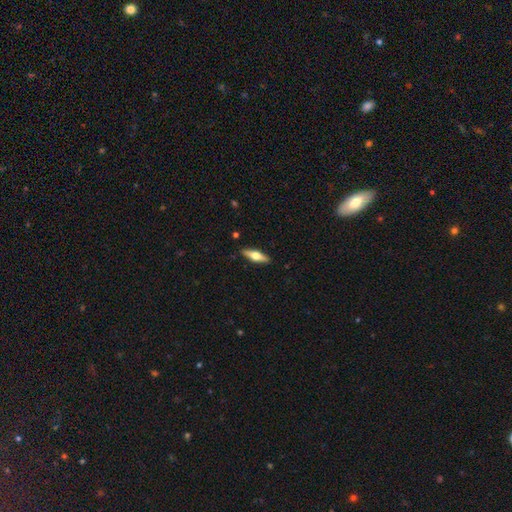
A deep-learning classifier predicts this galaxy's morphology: Overall: featured or disk (51%; smooth 44%). Edge-on disk: yes (91%). Merging: none (89%).